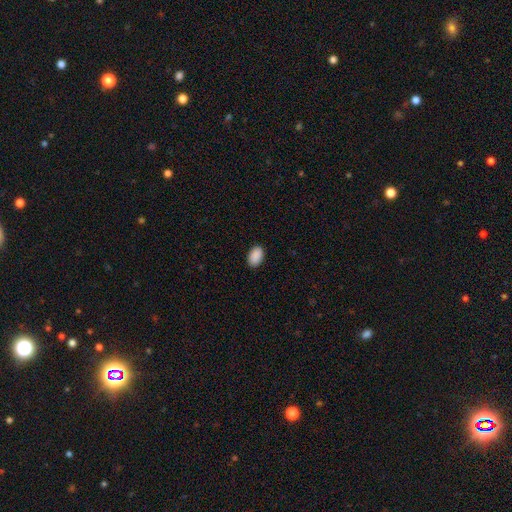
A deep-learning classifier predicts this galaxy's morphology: smooth_or_featured: smooth (p=0.91) [alt: star or artifact p=0.07]
how_rounded: in between (p=0.91) [alt: round p=0.07]
merging: none (p=0.89) [alt: minor disturbance p=0.08]